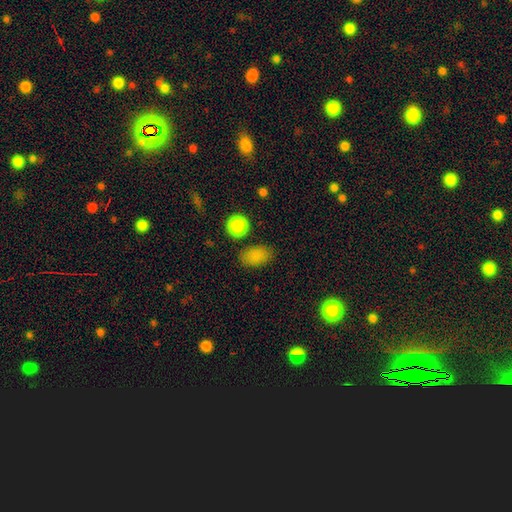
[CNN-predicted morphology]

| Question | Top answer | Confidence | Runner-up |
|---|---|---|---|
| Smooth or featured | smooth | 83% | star or artifact (13%) |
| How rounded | in between | 83% | round (15%) |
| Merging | none | 80% | minor disturbance (12%) |